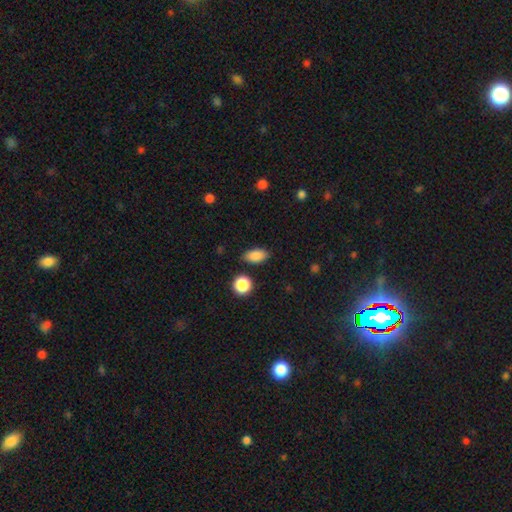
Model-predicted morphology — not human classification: Overall: smooth (86%). How rounded: in between (86%). Merging: none (84%).